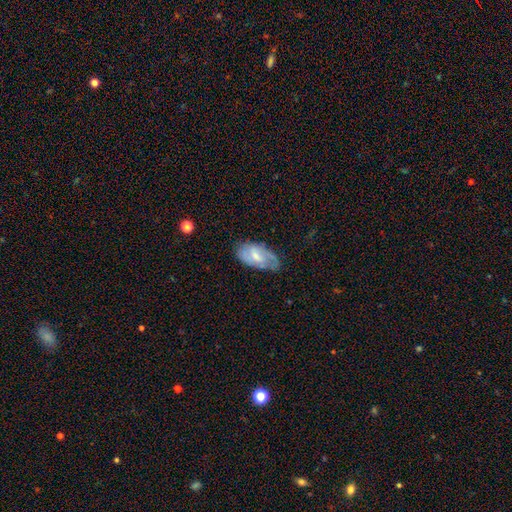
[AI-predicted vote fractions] Morphology: type=featured or disk (53%); edge-on=no (93%); merging=none (62%).